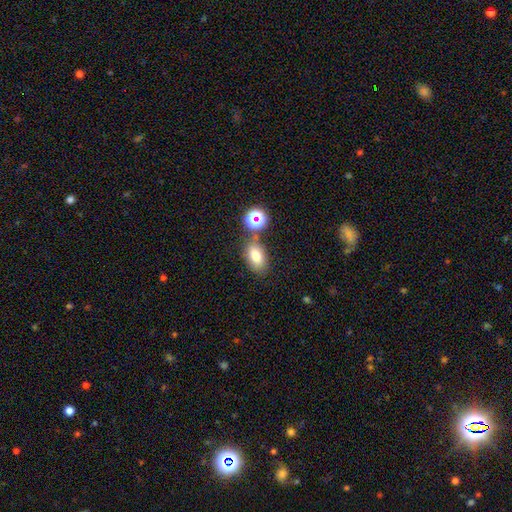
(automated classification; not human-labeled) Morphology: type=smooth (76%); roundness=in between (83%); merging=none (71%).